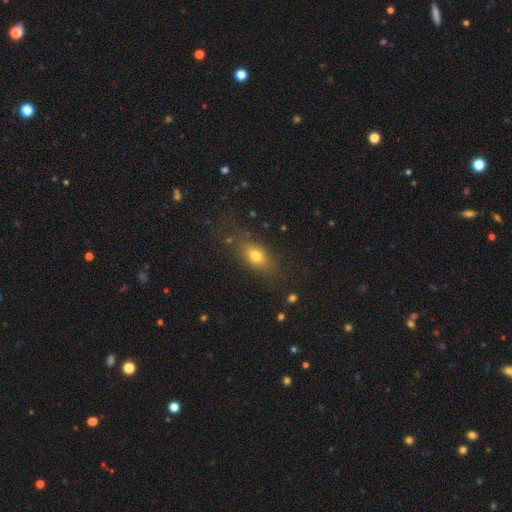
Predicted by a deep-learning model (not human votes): Smooth or featured?
  - smooth: 75% *
  - featured or disk: 14%
  - star or artifact: 11%
How rounded?
  - in between: 76% *
  - cigar-shaped: 12%
  - round: 12%
Merging?
  - none: 71% *
  - minor disturbance: 17%
  - major disturbance: 8%
  - merger: 3%